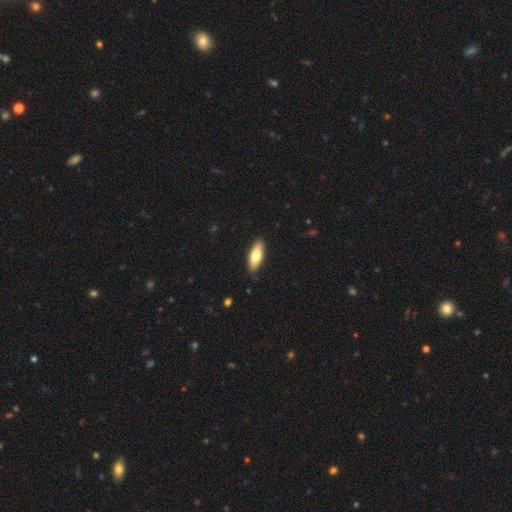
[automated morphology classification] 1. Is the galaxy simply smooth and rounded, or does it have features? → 69% smooth, 25% featured or disk, 5% star or artifact.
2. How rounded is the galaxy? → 68% in between, 30% cigar-shaped, 2% round.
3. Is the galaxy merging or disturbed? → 89% none, 9% minor disturbance, 2% major disturbance, 1% merger.